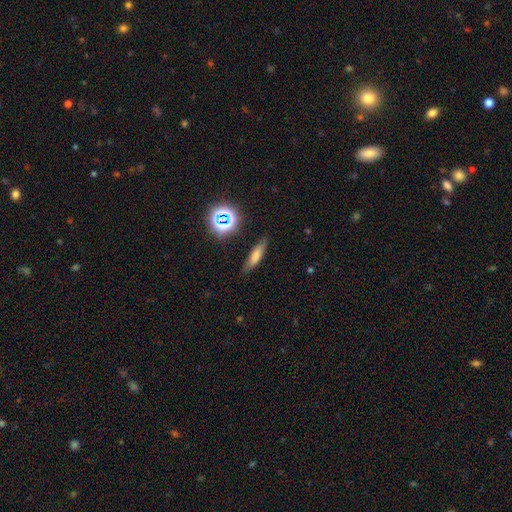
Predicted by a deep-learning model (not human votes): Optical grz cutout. It shows a smooth galaxy with no disk features (58%) that is cigar-shaped (69%). Merging: none (82%).